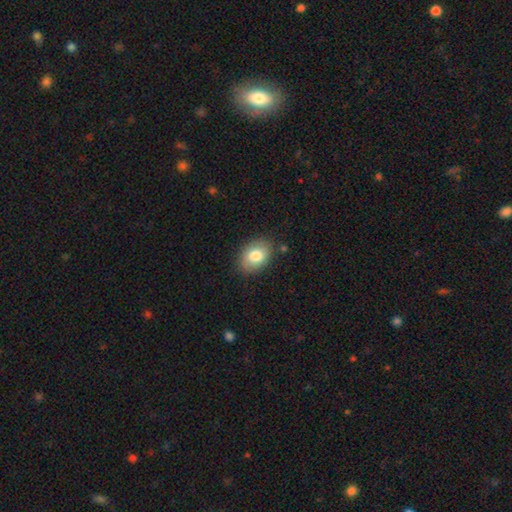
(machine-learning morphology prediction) A smooth galaxy with no disk features (81%) that is in between round and cigar-shaped (77%). Merging: none (83%).